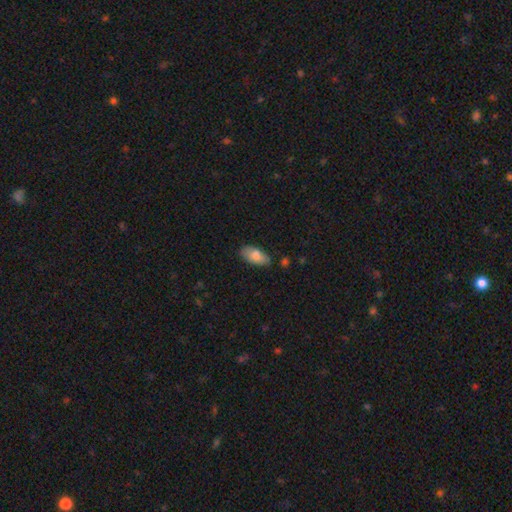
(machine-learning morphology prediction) This appears to be a smooth galaxy with no disk features (81%) that is in between round and cigar-shaped (91%). Merging: none (71%).